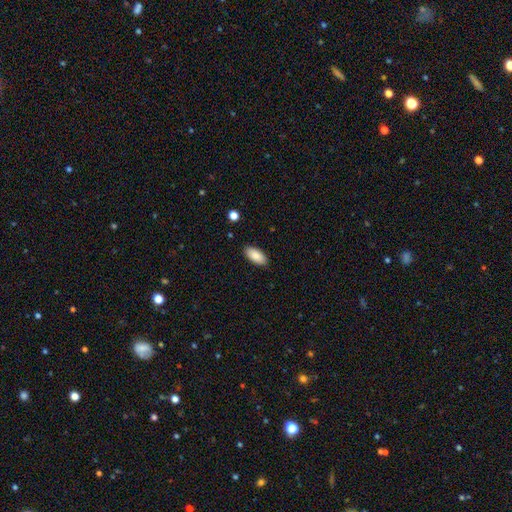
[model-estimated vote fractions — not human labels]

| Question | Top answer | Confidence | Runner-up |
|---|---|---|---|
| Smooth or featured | smooth | 88% | star or artifact (6%) |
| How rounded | in between | 91% | cigar-shaped (7%) |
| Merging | none | 88% | minor disturbance (8%) |